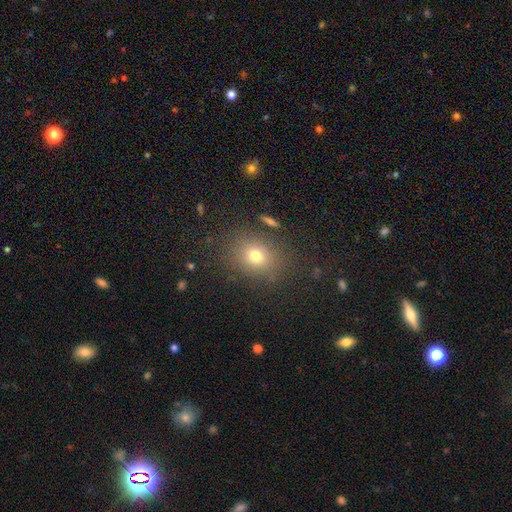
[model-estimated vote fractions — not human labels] Morphology: type=smooth (72%); roundness=round (60%); merging=none (82%).